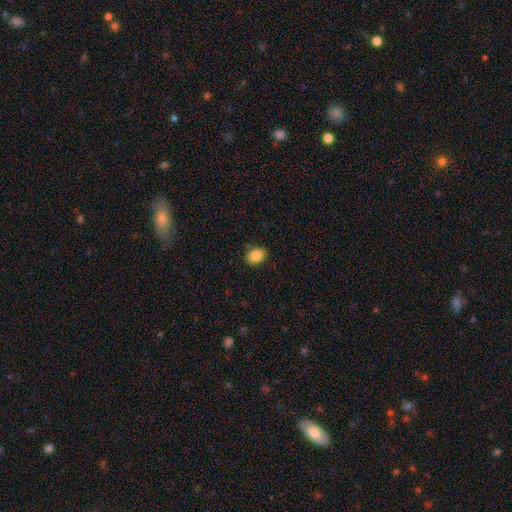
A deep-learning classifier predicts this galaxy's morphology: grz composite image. It shows a smooth galaxy with no disk features (87%) that is in between round and cigar-shaped (52%). Merging: none (87%).